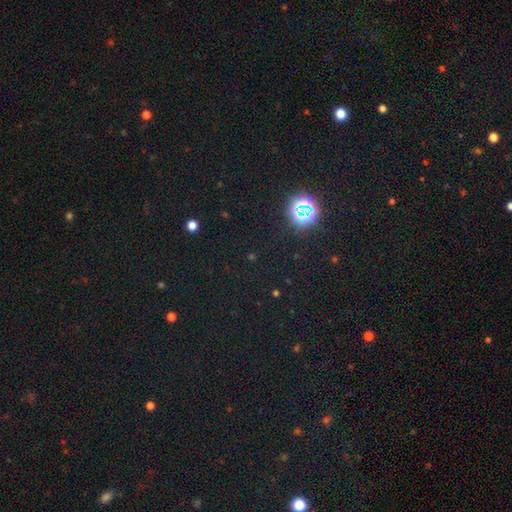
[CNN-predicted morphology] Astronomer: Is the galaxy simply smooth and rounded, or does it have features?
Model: star or artifact — 71%.